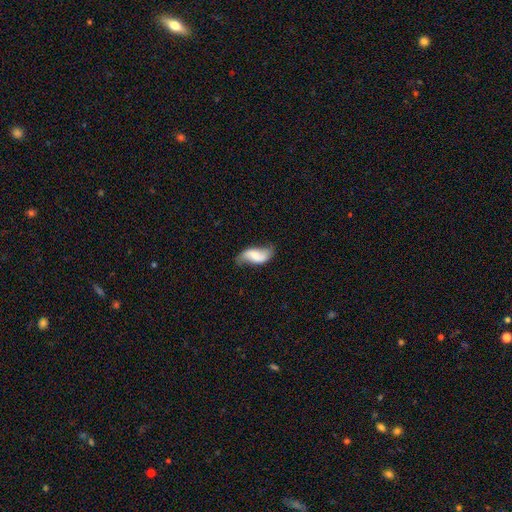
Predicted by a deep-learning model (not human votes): Morphology: type=featured or disk (57%); edge-on=no (94%); bar=weak (40%); spiral arms=yes (89%); bulge=small (33%); merging=none (63%).